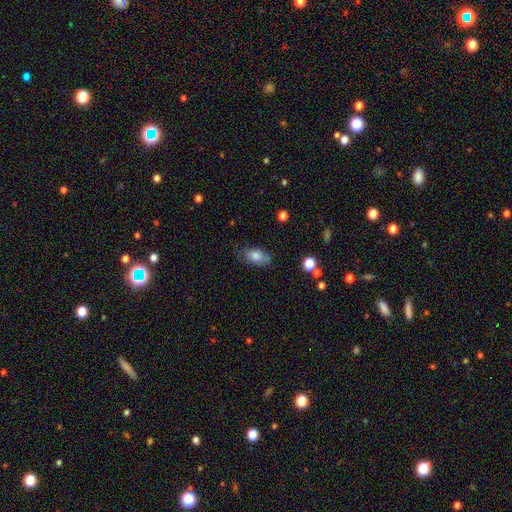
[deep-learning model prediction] smooth_or_featured: smooth (p=0.76) [alt: featured or disk p=0.15]
how_rounded: in between (p=0.89) [alt: round p=0.06]
merging: none (p=0.70) [alt: minor disturbance p=0.22]